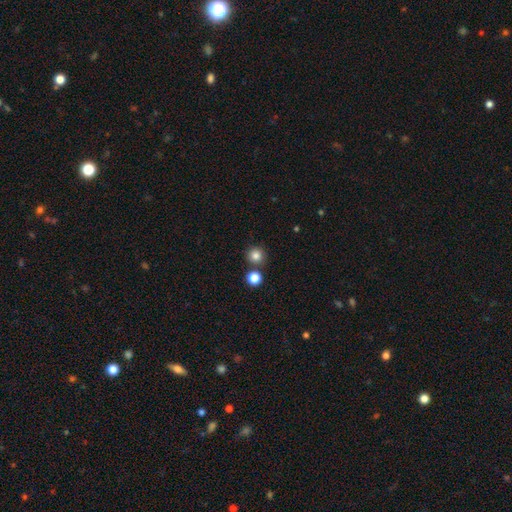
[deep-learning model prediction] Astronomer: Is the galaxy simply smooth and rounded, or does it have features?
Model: smooth — 82%.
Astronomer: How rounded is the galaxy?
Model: round — 94%.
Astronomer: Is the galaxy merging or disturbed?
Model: none — 81%.